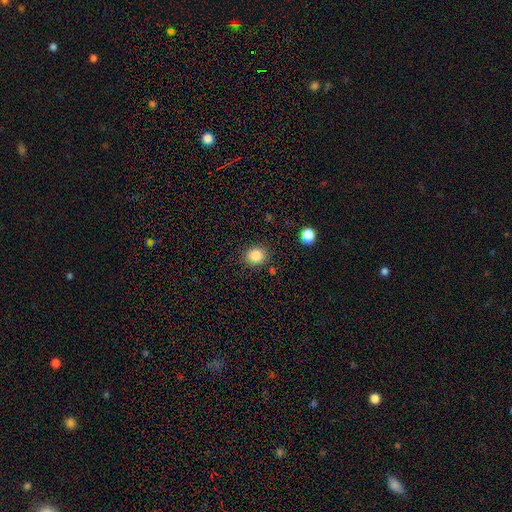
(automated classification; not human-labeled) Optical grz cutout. It shows a smooth galaxy with no disk features (86%) that is round (82%). Merging: none (85%).